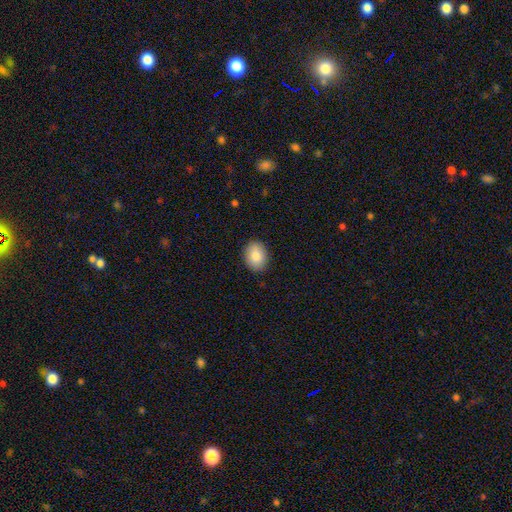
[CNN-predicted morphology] Smooth or featured? smooth (86%)
How rounded? in between (64%)
Merging? none (88%)